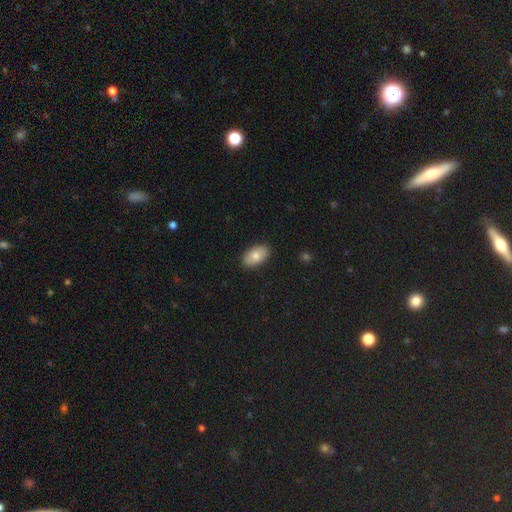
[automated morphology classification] A smooth galaxy with no disk features (79%) that is in between round and cigar-shaped (94%).

Vote fractions:
- Smooth or featured? smooth: 79% / featured or disk: 14% / star or artifact: 7%
- How rounded? in between: 94% / round: 5% / cigar-shaped: 2%
- Merging? none: 88% / minor disturbance: 9% / major disturbance: 2% / merger: 1%